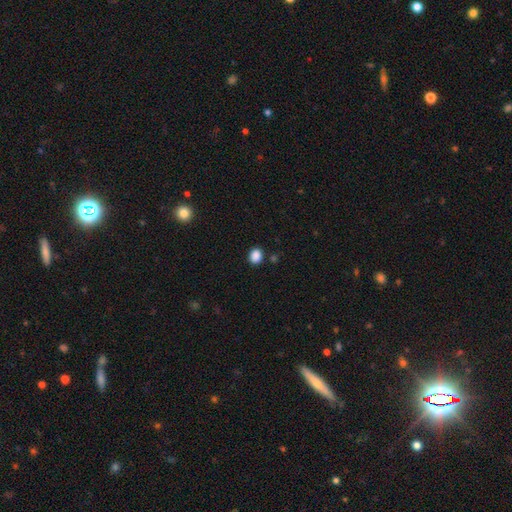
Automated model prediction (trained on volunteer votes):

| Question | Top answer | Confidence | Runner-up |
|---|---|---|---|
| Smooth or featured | smooth | 88% | star or artifact (9%) |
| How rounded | round | 55% | in between (44%) |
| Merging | none | 86% | minor disturbance (8%) |